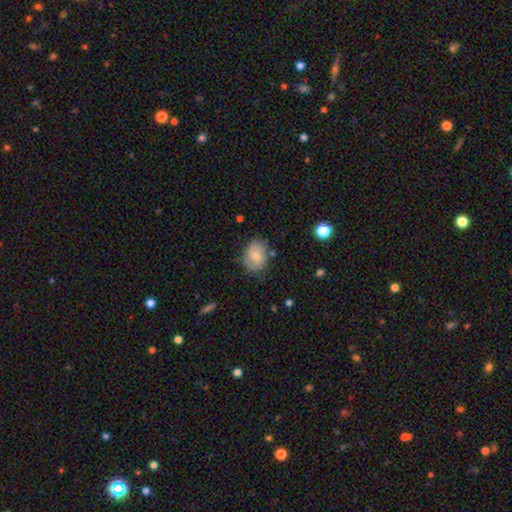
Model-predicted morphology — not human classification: smooth-or-featured: smooth: 69% | featured or disk: 23% | star or artifact: 7%
  how-rounded: in between: 66% | round: 34% | cigar-shaped: 1%
  merging: none: 72% | minor disturbance: 20% | major disturbance: 5% | merger: 3%